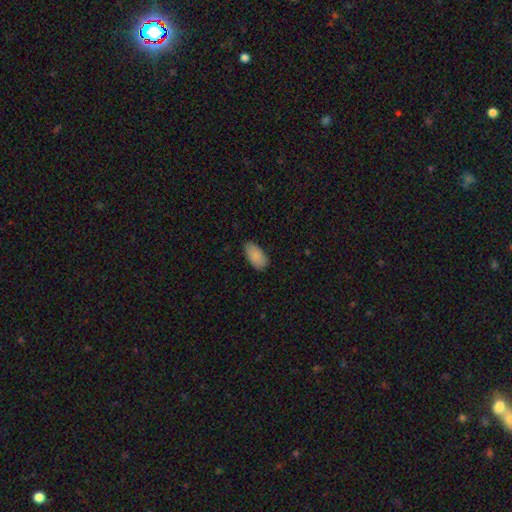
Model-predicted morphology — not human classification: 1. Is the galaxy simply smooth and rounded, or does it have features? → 87% smooth, 7% featured or disk, 6% star or artifact.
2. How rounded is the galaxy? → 94% in between, 3% cigar-shaped, 3% round.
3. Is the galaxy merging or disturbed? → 78% none, 19% minor disturbance, 3% major disturbance, 1% merger.